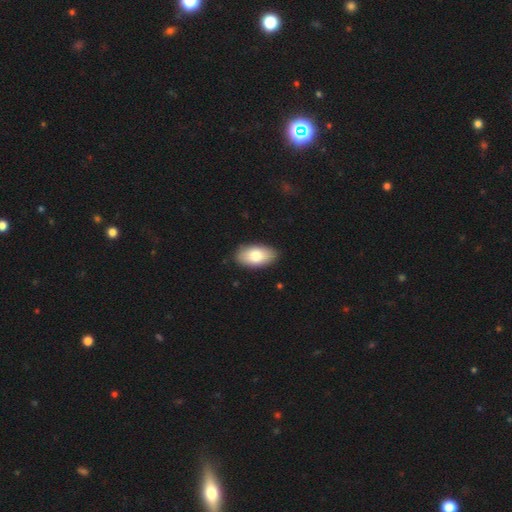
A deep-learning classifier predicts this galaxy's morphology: The model was most divided on "smooth or featured": smooth: 80%, featured or disk: 14%, star or artifact: 6%. More confident: how rounded — in between (94%); merging — none (88%).